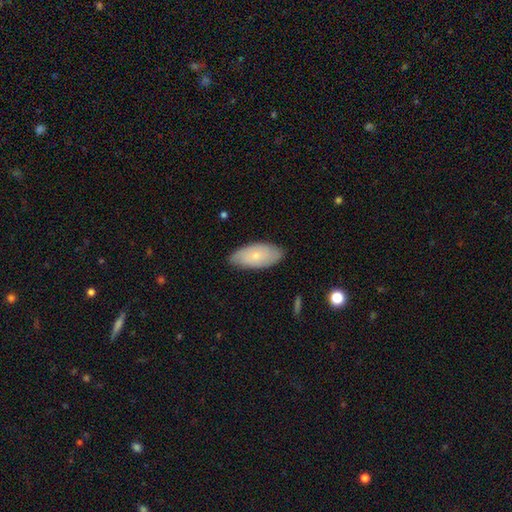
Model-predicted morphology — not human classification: smooth-or-featured: smooth: 61% | featured or disk: 33% | star or artifact: 6%
  how-rounded: in between: 92% | cigar-shaped: 5% | round: 3%
  merging: none: 80% | minor disturbance: 17% | major disturbance: 3% | merger: 1%